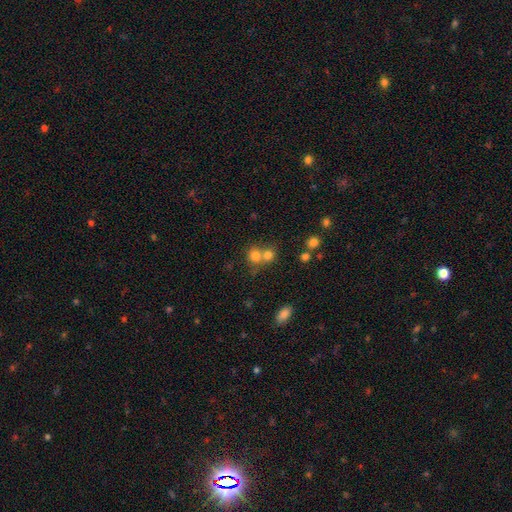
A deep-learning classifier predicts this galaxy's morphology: smooth-or-featured: smooth: 76% | star or artifact: 14% | featured or disk: 10%
  how-rounded: round: 83% | in between: 16% | cigar-shaped: 1%
  merging: merger: 50% | none: 42% | minor disturbance: 6% | major disturbance: 3%